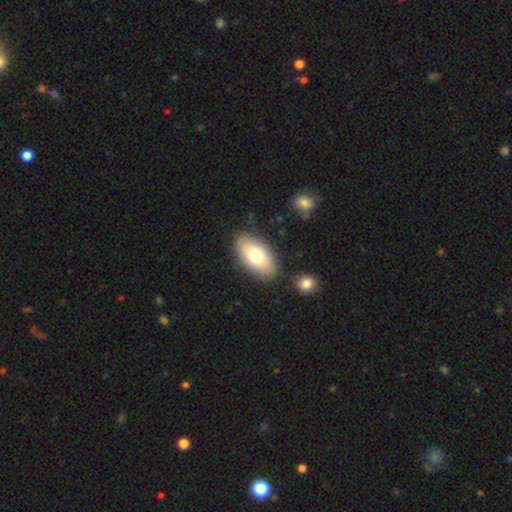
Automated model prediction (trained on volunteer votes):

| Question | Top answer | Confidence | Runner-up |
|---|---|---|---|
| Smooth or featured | smooth | 73% | featured or disk (20%) |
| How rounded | in between | 93% | round (5%) |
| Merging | none | 83% | minor disturbance (10%) |